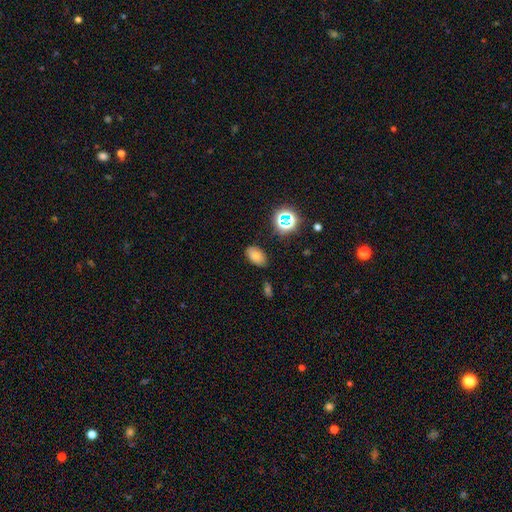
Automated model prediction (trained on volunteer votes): Smooth or featured? smooth (75%)
How rounded? in between (89%)
Merging? none (81%)